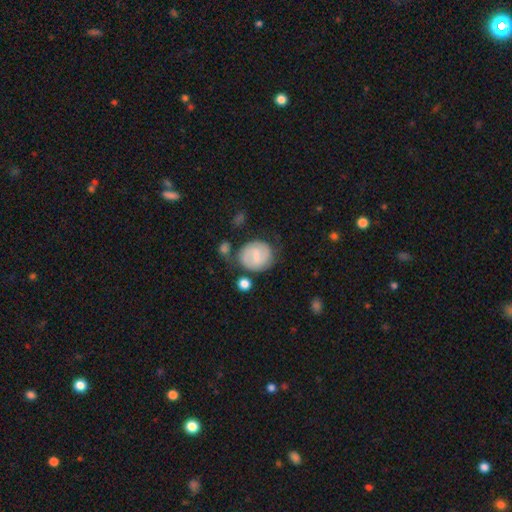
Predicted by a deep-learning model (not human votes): This is possibly a featured or disk galaxy (58%). It is clearly not viewed edge-on (98%). Bar: possibly weak (57%). Spiral arm pattern: clearly yes (87%). Central bulge: possibly small (51%). Merging: likely none (66%).